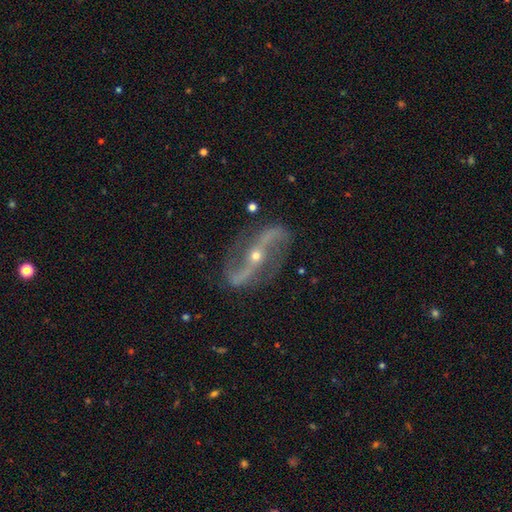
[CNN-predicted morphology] Smooth or featured: featured or disk — 91% (star or artifact — 5%)
Edge-on disk: no — 93% (yes — 7%)
Bar: strong — 48% (no — 29%)
Spiral arms: yes — 96% (no — 4%)
Spiral winding: loose — 69% (medium — 22%)
Spiral arm count: 2 — 94% (can't tell — 2%)
Bulge size: small — 65% (moderate — 32%)
Merging: none — 84% (minor disturbance — 10%)